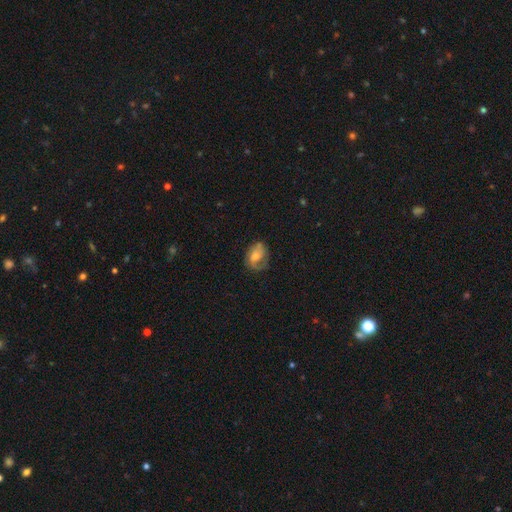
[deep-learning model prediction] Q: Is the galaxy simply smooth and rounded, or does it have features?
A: featured or disk — 57%.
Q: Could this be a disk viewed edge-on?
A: no — 97%.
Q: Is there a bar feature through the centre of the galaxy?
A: no — 55%.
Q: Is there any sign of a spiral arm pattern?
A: yes — 81%.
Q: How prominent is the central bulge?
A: moderate — 47%.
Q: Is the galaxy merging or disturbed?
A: none — 54%.